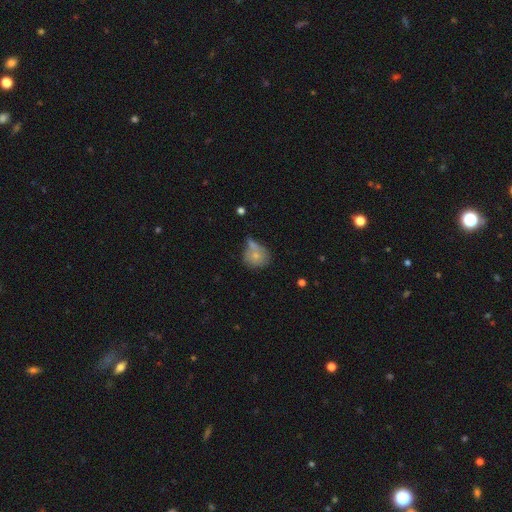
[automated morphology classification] Smooth or featured? Predicted: smooth (p=0.70). How rounded? Predicted: round (p=0.79). Merging? Predicted: none (p=0.43).